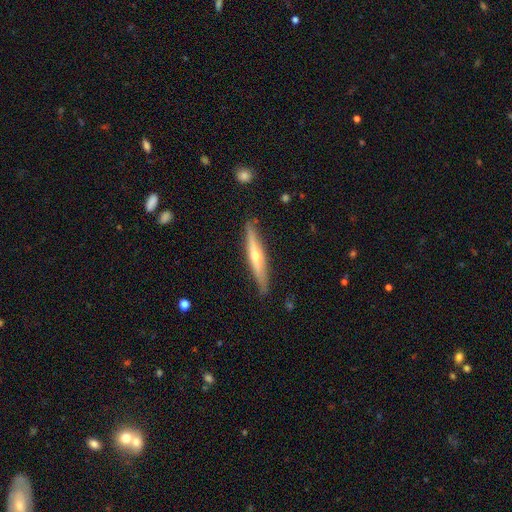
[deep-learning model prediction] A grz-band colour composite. It shows a featured or disk galaxy (64%) viewed edge-on (95%) with a rounded central bulge (85%). Merging: none (87%).